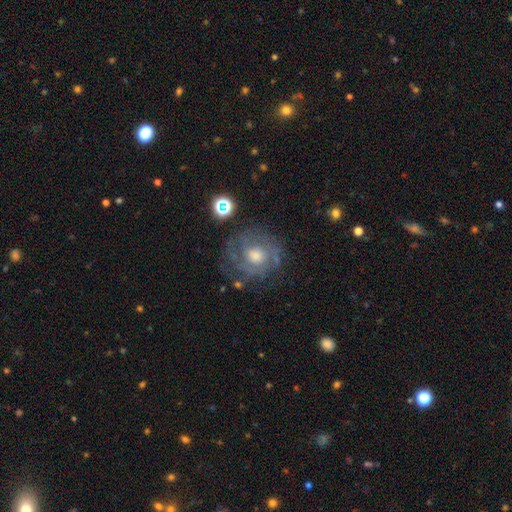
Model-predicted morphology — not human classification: A featured or disk galaxy (66%) with no bar (75%), spiral arms (75%) and a moderate central bulge (64%).

Vote fractions:
- Smooth or featured? featured or disk: 66% / smooth: 22% / star or artifact: 11%
- Edge-on disk? no: 97% / yes: 3%
- Bar? no: 75% / weak: 21% / strong: 3%
- Spiral arms? yes: 75% / no: 25%
- Bulge size? moderate: 64% / small: 17% / large: 15% / none: 3% / dominant: 2%
- Merging? none: 71% / minor disturbance: 16% / major disturbance: 10% / merger: 2%